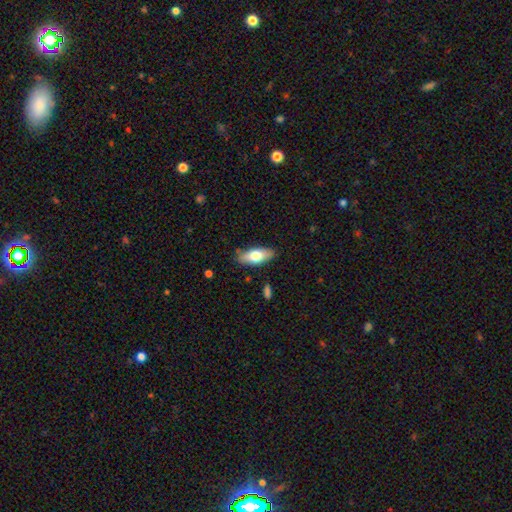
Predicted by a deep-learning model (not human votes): A smooth galaxy with no disk features (67%) that is in between round and cigar-shaped (79%).

Vote fractions:
- Smooth or featured? smooth: 67% / featured or disk: 27% / star or artifact: 6%
- How rounded? in between: 79% / cigar-shaped: 18% / round: 3%
- Merging? none: 85% / minor disturbance: 11% / major disturbance: 2% / merger: 2%